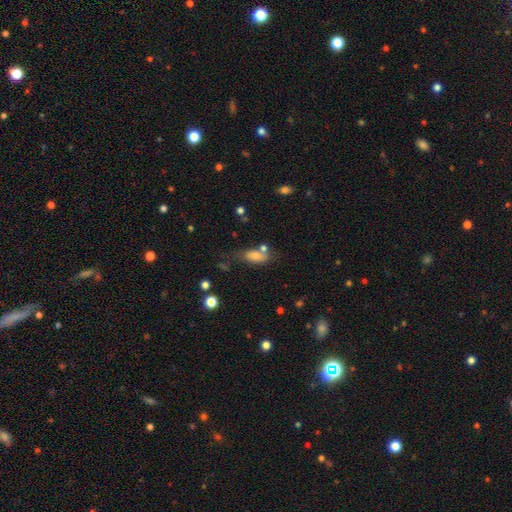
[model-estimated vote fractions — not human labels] Q: Smooth or featured?
A: smooth (76%); runner-up: featured or disk (14%)
Q: How rounded?
A: in between (83%); runner-up: cigar-shaped (11%)
Q: Merging?
A: none (49%); runner-up: minor disturbance (22%)